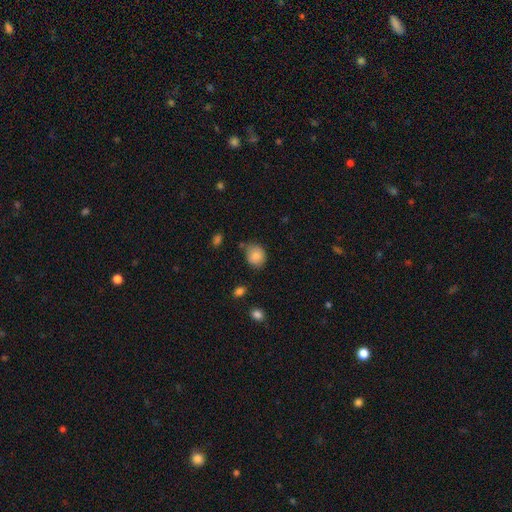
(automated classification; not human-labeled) Smooth or featured? Predicted: smooth (p=0.85). How rounded? Predicted: round (p=0.66). Merging? Predicted: none (p=0.66).